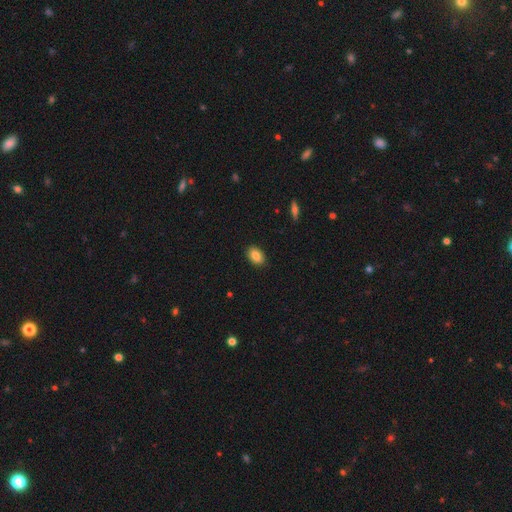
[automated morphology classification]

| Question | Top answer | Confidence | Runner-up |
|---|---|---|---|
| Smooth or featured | smooth | 86% | star or artifact (8%) |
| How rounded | in between | 87% | round (12%) |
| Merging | none | 89% | minor disturbance (8%) |